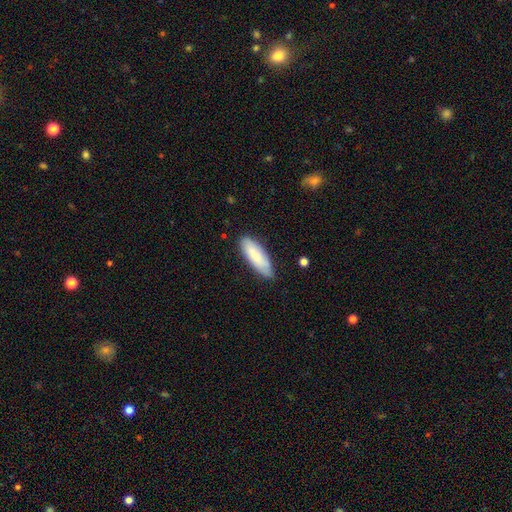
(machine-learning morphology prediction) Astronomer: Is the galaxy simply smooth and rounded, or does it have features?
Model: smooth — 83%.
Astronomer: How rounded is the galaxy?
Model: in between — 59% (runner-up: cigar-shaped, 40%).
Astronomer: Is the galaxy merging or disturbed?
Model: none — 78%.